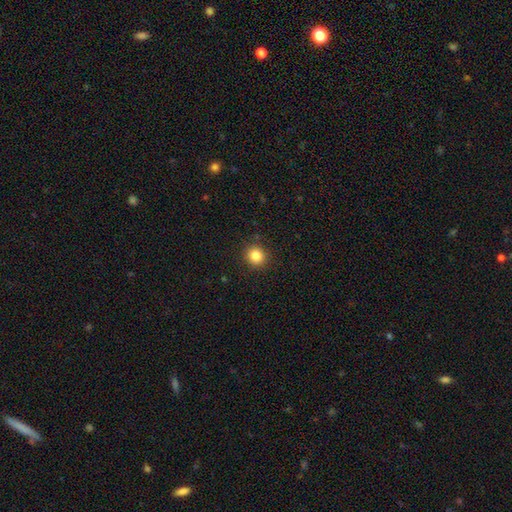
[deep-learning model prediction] This appears to be a smooth galaxy with no disk features (84%) that is round (89%). Merging: none (91%).